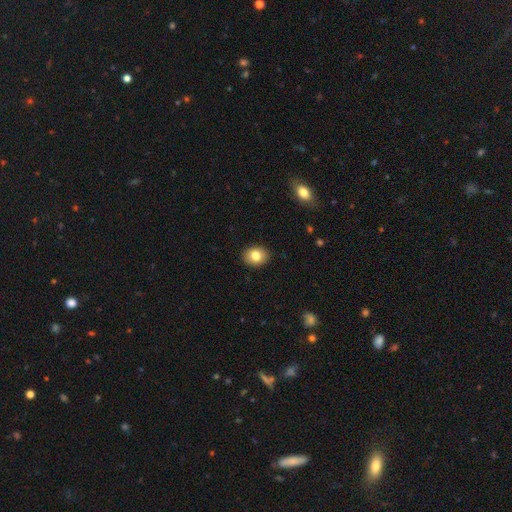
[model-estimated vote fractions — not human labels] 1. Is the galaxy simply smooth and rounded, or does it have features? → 81% smooth, 10% featured or disk, 9% star or artifact.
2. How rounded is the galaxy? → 56% in between, 43% round, 1% cigar-shaped.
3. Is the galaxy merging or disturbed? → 90% none, 7% minor disturbance, 2% major disturbance, 1% merger.